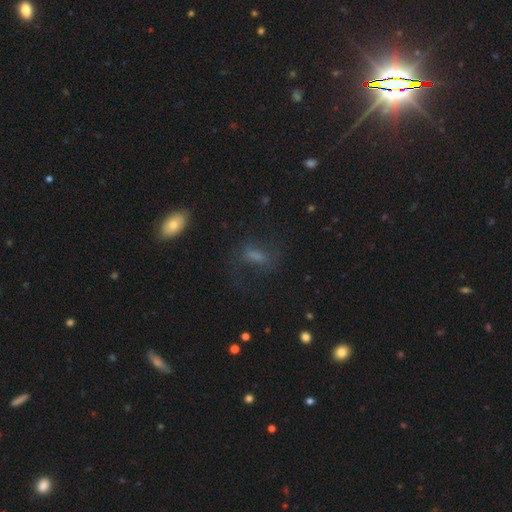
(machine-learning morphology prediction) type=smooth (51%); roundness=in between (69%); merging=none (56%).